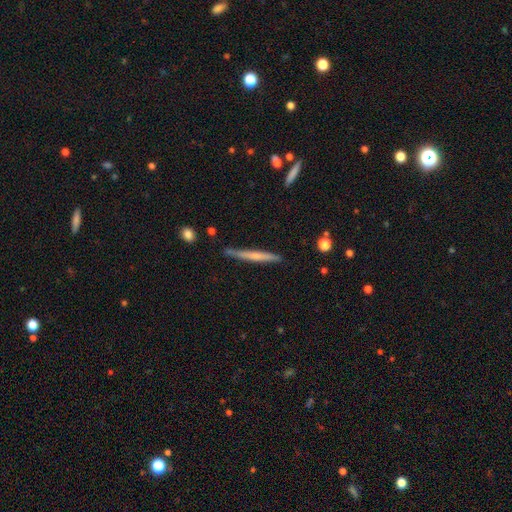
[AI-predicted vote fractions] smooth-or-featured: featured or disk: 48% | smooth: 47% | star or artifact: 6%
  merging: none: 86% | minor disturbance: 11% | merger: 2% | major disturbance: 2%